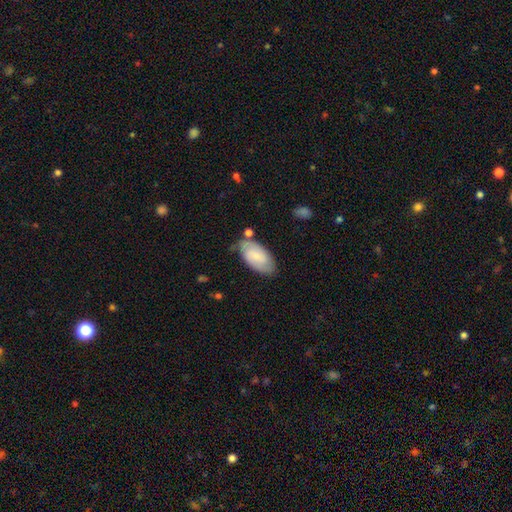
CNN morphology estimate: Smooth or featured: smooth — 59% (featured or disk — 34%)
How rounded: in between — 94% (cigar-shaped — 4%)
Merging: none — 66% (minor disturbance — 22%)